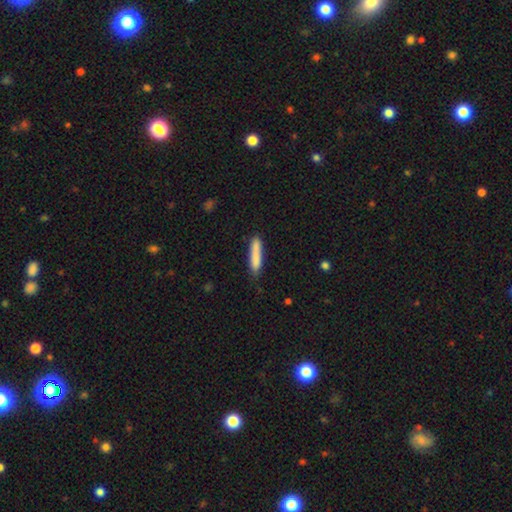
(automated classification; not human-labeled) This appears to be a smooth galaxy with no disk features (84%) that is cigar-shaped (86%). Merging: none (79%).